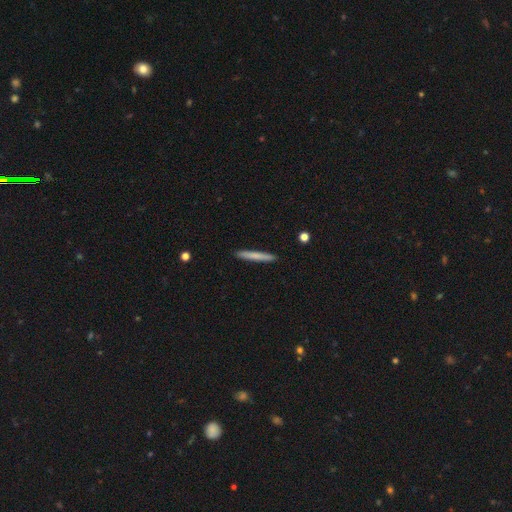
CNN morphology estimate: This appears to be a smooth galaxy with no disk features (74%) that is cigar-shaped (96%). Merging: none (92%).